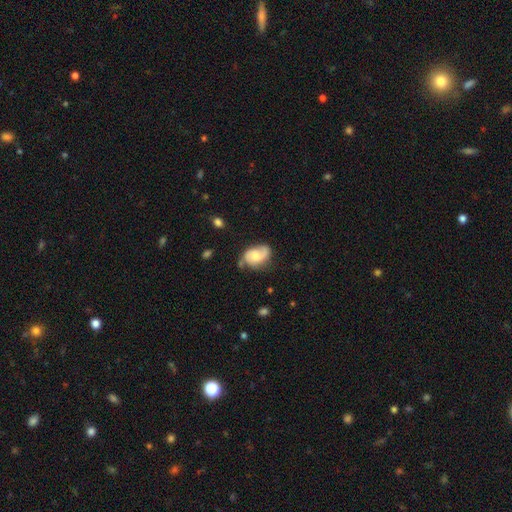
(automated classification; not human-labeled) Smooth or featured: featured or disk — 67% (smooth — 26%)
Edge-on disk: no — 97% (yes — 3%)
Bar: no — 60% (weak — 34%)
Spiral arms: yes — 92% (no — 8%)
Spiral winding: medium — 45% (loose — 29%)
Spiral arm count: 2 — 76% (1 — 12%)
Bulge size: moderate — 44% (small — 34%)
Merging: none — 60% (minor disturbance — 26%)